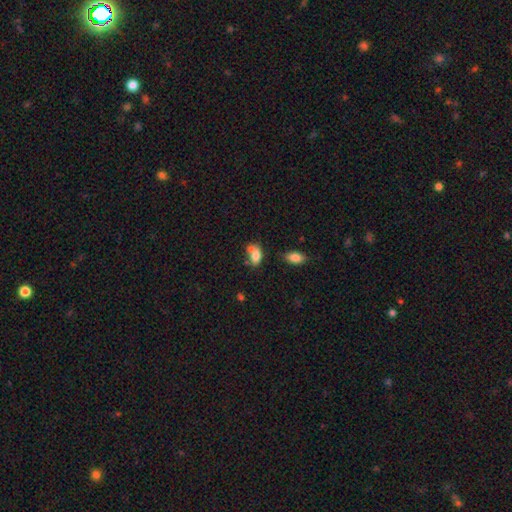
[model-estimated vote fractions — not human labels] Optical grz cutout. It shows a smooth galaxy with no disk features (74%) that is in between round and cigar-shaped (84%). Merging: merger (37%).